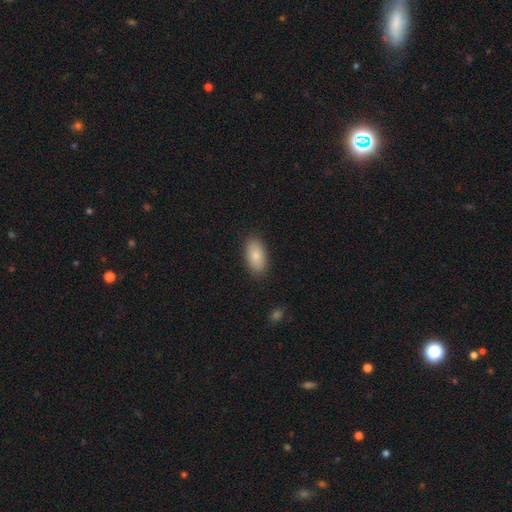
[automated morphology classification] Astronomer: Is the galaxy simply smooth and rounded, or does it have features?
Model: smooth — 84%.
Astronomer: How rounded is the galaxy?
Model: in between — 94%.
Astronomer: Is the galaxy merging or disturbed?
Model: none — 87%.